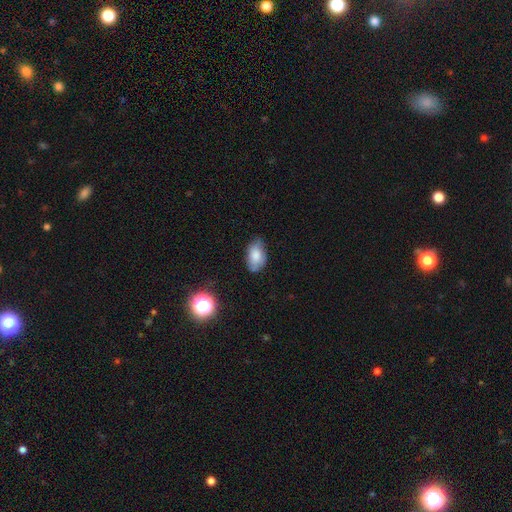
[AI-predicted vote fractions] Smooth or featured? smooth (74%)
How rounded? in between (91%)
Merging? none (60%)